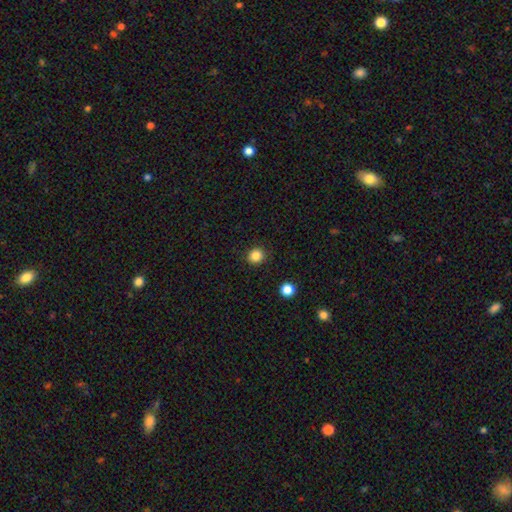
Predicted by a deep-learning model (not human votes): The model was most divided on "smooth or featured": smooth: 84%, star or artifact: 12%, featured or disk: 4%. More confident: merging — none (91%); how rounded — round (90%).